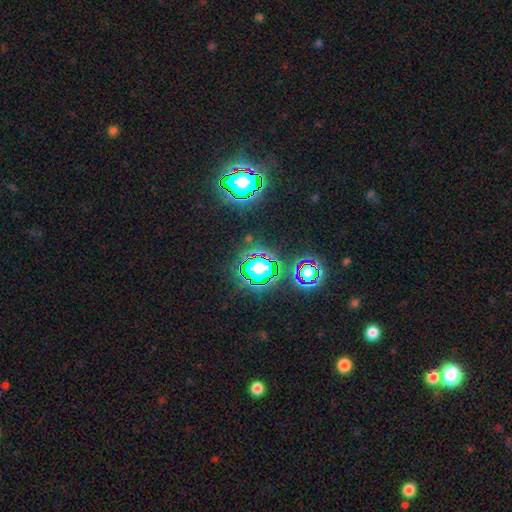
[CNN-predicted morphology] Overall: star or artifact (81%).